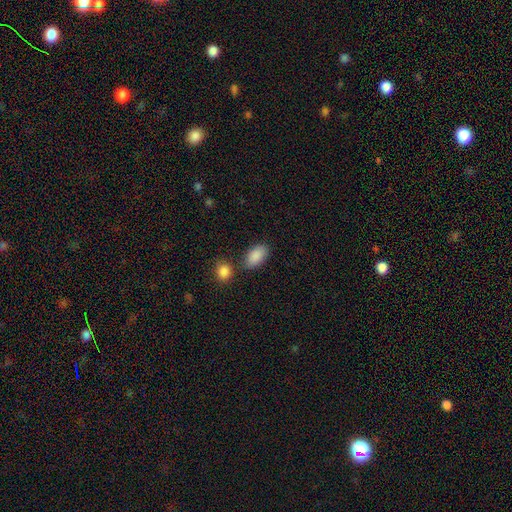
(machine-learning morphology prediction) Smooth or featured? smooth (89%)
How rounded? in between (93%)
Merging? none (74%)